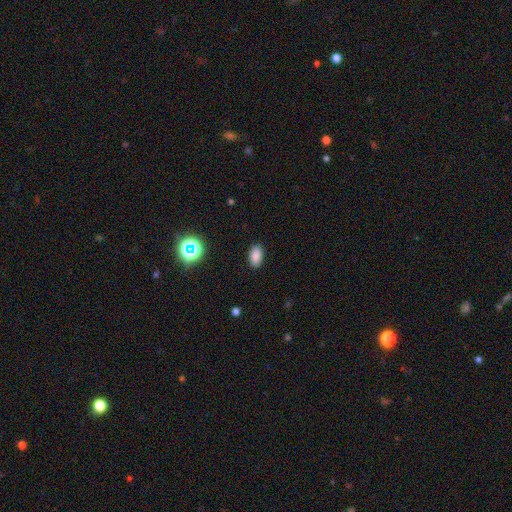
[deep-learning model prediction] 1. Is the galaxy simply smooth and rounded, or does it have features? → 83% smooth, 13% star or artifact, 5% featured or disk.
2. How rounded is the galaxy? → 91% in between, 6% round, 3% cigar-shaped.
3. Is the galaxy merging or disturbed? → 88% none, 8% minor disturbance, 2% major disturbance, 1% merger.